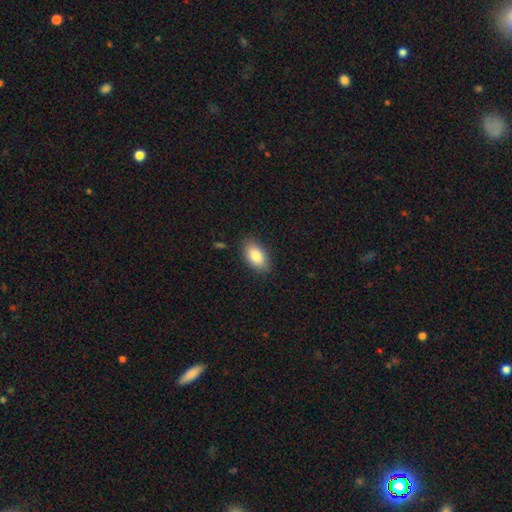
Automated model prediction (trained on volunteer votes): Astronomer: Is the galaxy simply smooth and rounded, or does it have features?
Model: smooth — 86%.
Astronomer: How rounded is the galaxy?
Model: in between — 93%.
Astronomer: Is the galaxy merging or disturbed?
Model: none — 86%.